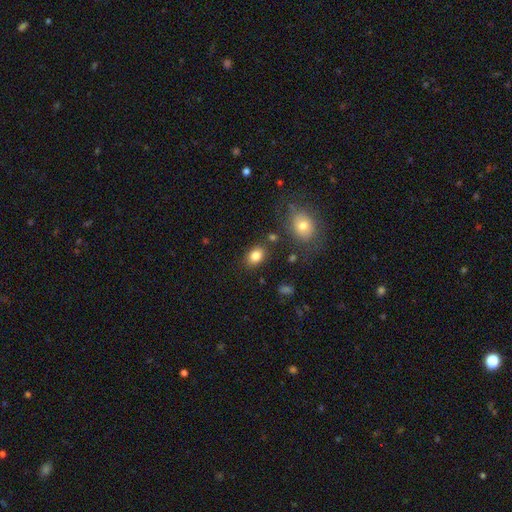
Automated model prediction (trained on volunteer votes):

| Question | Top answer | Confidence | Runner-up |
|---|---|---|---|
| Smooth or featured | smooth | 83% | star or artifact (10%) |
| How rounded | in between | 73% | round (26%) |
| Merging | none | 81% | minor disturbance (11%) |